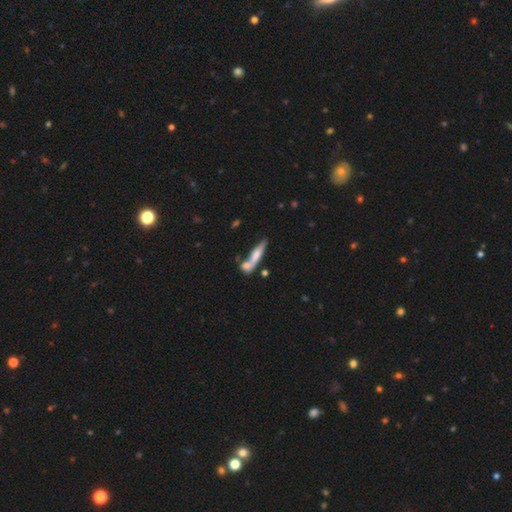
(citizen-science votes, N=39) smooth_or_featured: smooth (p=0.64) [alt: featured or disk p=0.28]
how_rounded: cigar-shaped (p=0.80) [alt: in between p=0.12]
merging: none (p=0.47) [alt: merger p=0.39]